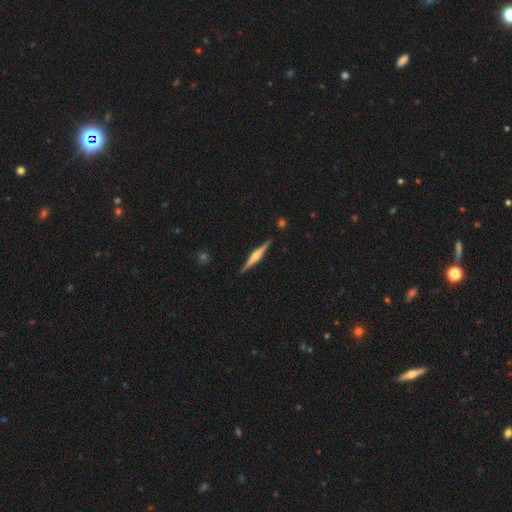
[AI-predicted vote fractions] smooth_or_featured: featured or disk (p=0.77) [alt: smooth p=0.17]
disk_edge_on: yes (p=0.98) [alt: no p=0.02]
edge_on_bulge: rounded (p=0.83) [alt: boxy p=0.12]
merging: none (p=0.91) [alt: minor disturbance p=0.06]